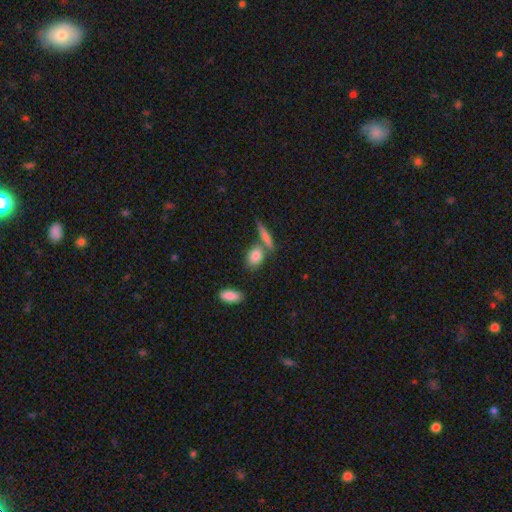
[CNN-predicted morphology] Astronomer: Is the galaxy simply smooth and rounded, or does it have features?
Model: smooth — 82%.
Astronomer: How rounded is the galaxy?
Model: in between — 65%.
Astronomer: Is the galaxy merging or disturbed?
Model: none — 60%.